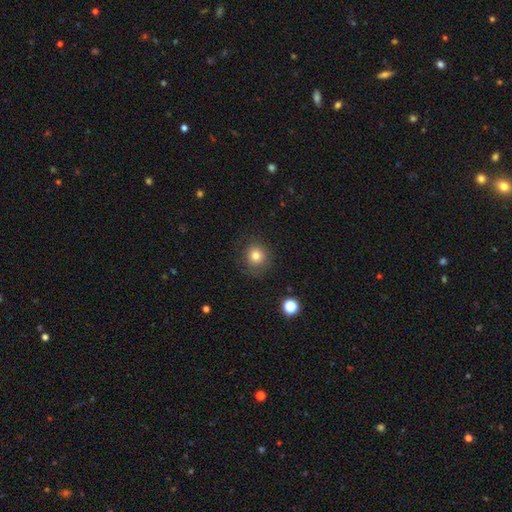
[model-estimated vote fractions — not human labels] Smooth or featured? Predicted: smooth (p=0.79). How rounded? Predicted: round (p=0.89). Merging? Predicted: none (p=0.84).